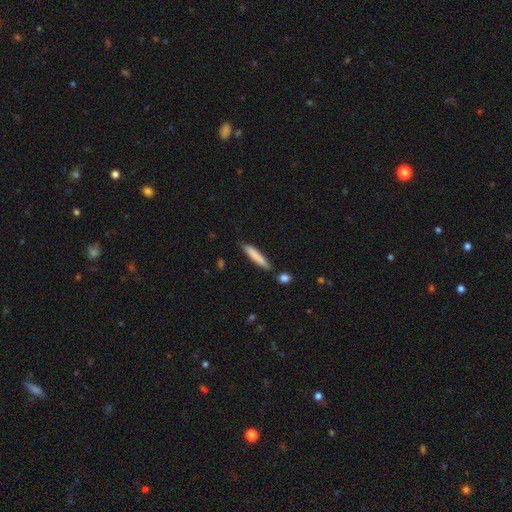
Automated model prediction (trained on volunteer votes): Overall: smooth (81%). How rounded: cigar-shaped (89%). Merging: none (79%).